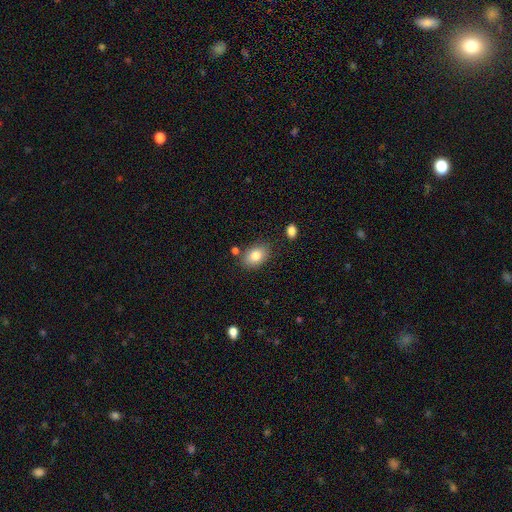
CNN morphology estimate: smooth 82%, featured or disk 10%, star or artifact 8%. Down the decision tree: how rounded — in between (82%); merging — none (79%).